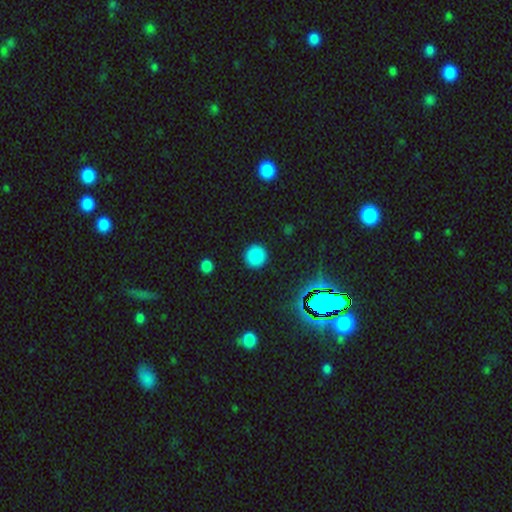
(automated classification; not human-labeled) smooth-or-featured: smooth: 84% | star or artifact: 13% | featured or disk: 4%
  how-rounded: round: 95% | in between: 4% | cigar-shaped: 1%
  merging: none: 92% | minor disturbance: 5% | major disturbance: 2% | merger: 1%